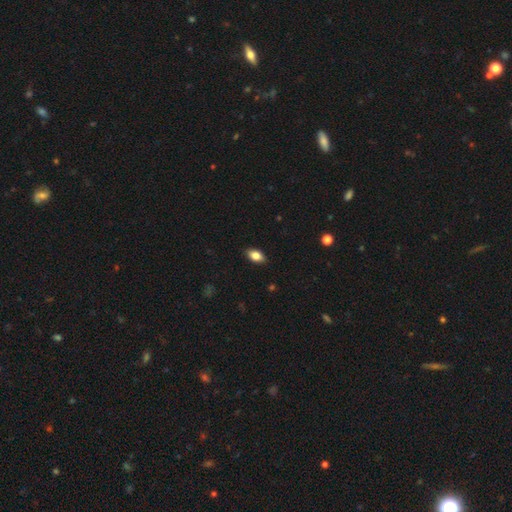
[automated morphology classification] type=smooth (79%); roundness=in between (89%); merging=none (88%).